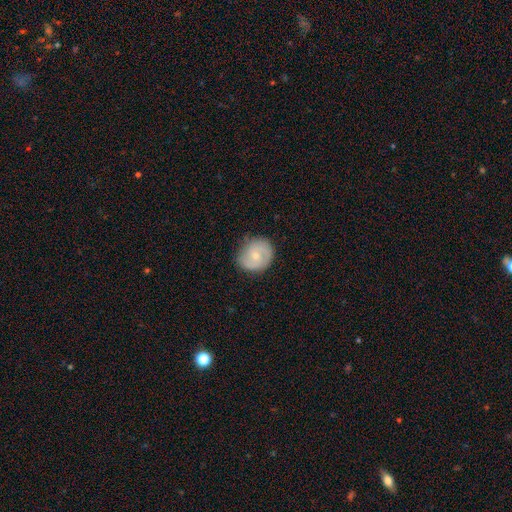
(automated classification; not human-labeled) Morphology: type=featured or disk (57%); edge-on=no (98%); bar=no (64%); spiral arms=yes (88%); bulge=small (63%); merging=none (78%).